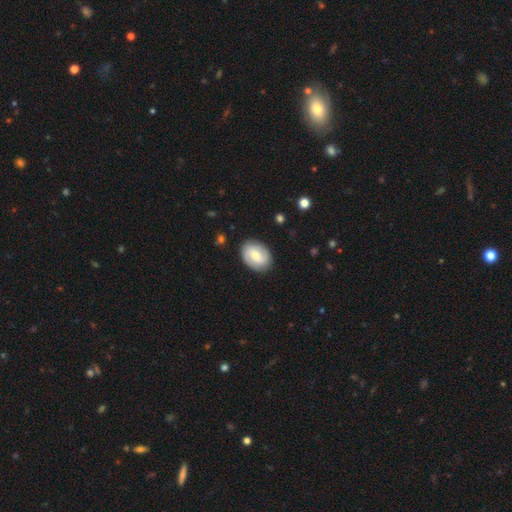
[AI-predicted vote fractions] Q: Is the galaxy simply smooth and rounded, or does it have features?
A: smooth — 50%.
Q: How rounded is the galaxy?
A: in between — 71%.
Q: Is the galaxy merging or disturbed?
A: none — 86%.